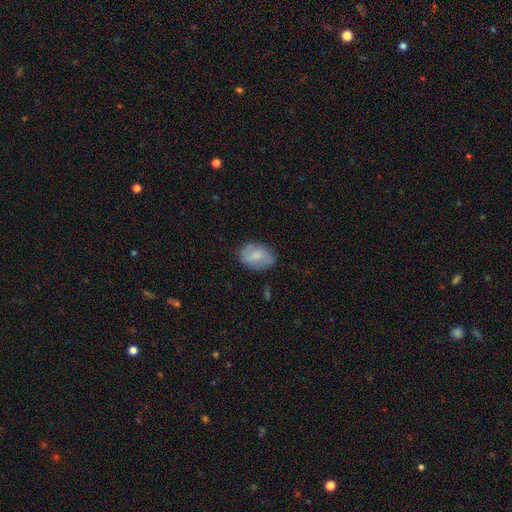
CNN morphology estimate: Q: Smooth or featured?
A: smooth (64%); runner-up: featured or disk (29%)
Q: How rounded?
A: in between (79%); runner-up: round (19%)
Q: Merging?
A: none (76%); runner-up: minor disturbance (18%)